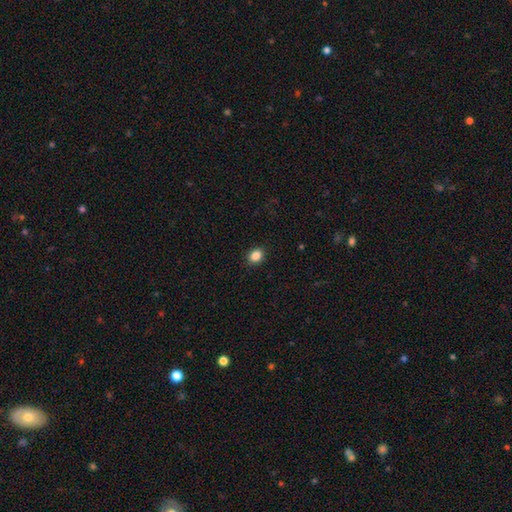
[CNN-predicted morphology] smooth 87%, star or artifact 10%, featured or disk 3%. Down the decision tree: how rounded — round (50%); merging — none (90%).